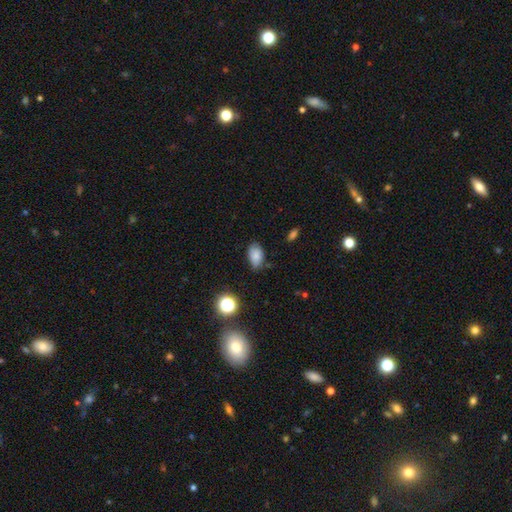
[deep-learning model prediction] Smooth or featured: smooth — 80% (star or artifact — 11%)
How rounded: in between — 89% (round — 10%)
Merging: none — 64% (minor disturbance — 29%)